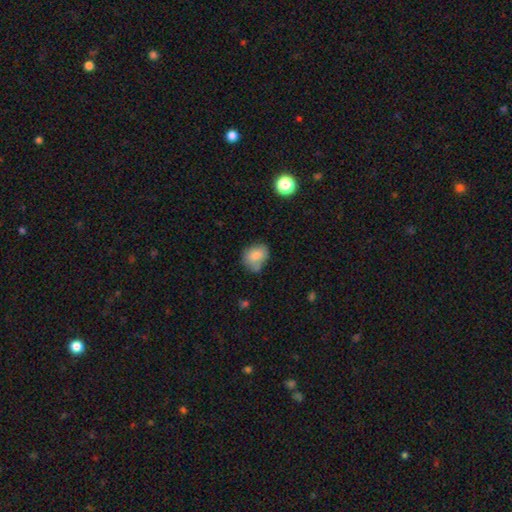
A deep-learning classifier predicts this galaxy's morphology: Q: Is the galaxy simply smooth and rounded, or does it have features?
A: smooth — 79%.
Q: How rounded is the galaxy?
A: round — 52%.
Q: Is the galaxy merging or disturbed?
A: none — 53%.